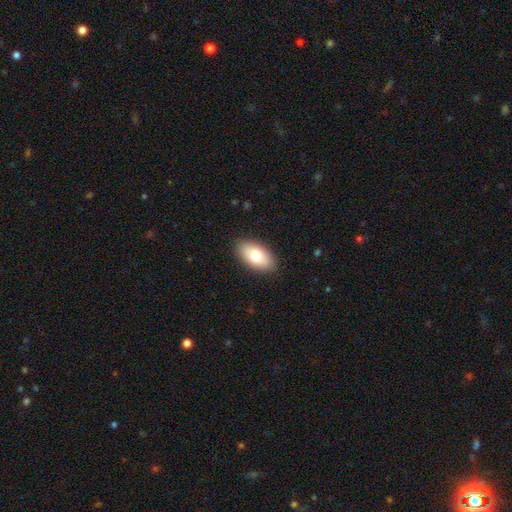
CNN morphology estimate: Smooth or featured?
  - smooth: 79% *
  - featured or disk: 15%
  - star or artifact: 6%
How rounded?
  - in between: 94% *
  - round: 3%
  - cigar-shaped: 3%
Merging?
  - none: 89% *
  - minor disturbance: 8%
  - major disturbance: 2%
  - merger: 1%